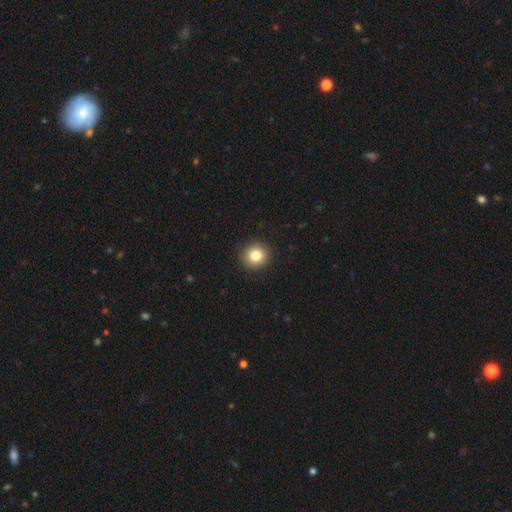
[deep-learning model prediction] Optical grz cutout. It shows a smooth galaxy with no disk features (83%) that is round (92%). Merging: none (92%).